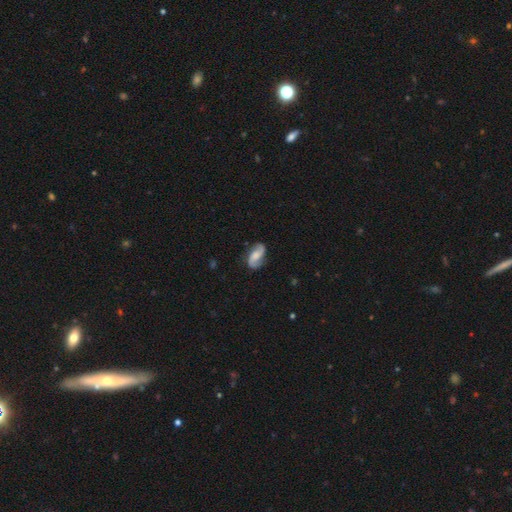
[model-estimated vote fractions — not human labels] Morphology: type=featured or disk (79%); edge-on=no (97%); bar=no (48%); spiral arms=yes (96%); winding=loose (43%); arm count=2 (92%); bulge=moderate (38%); merging=none (78%).